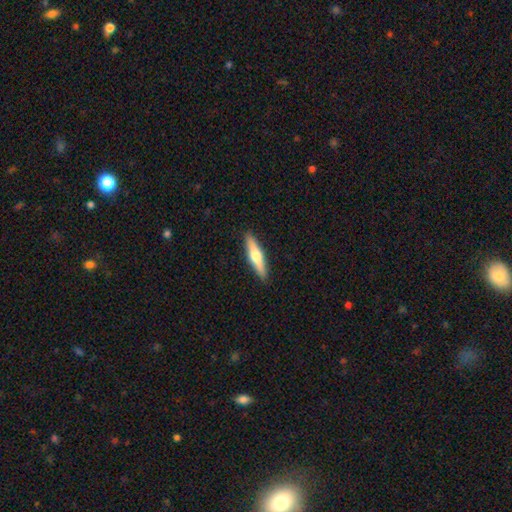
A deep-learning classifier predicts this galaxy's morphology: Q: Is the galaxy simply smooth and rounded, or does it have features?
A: smooth — 48%.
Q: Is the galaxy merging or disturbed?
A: none — 91%.